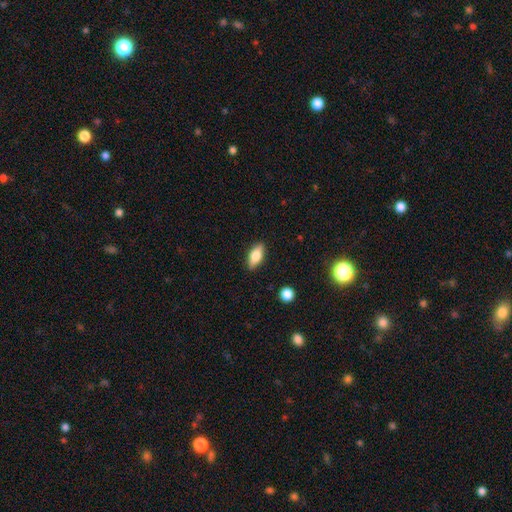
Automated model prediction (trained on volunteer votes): Overall: smooth (67%). How rounded: in between (79%). Merging: none (87%).